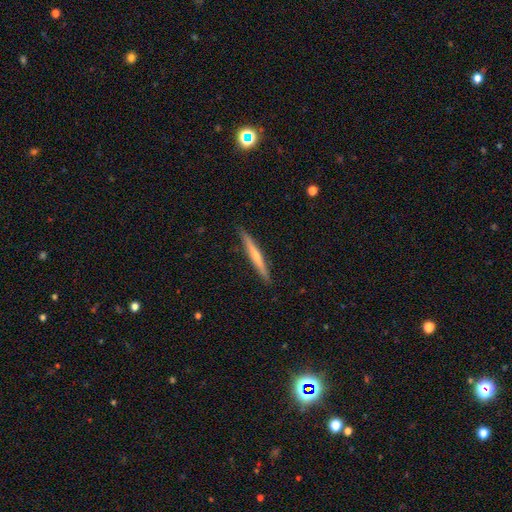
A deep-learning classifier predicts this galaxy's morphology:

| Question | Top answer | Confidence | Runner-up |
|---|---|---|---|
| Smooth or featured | featured or disk | 49% | smooth (45%) |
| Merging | none | 90% | minor disturbance (7%) |